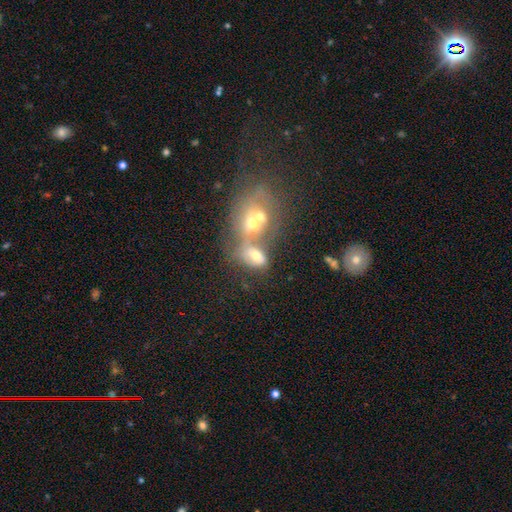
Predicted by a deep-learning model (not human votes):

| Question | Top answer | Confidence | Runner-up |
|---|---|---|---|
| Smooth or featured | smooth | 58% | featured or disk (27%) |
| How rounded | in between | 71% | round (27%) |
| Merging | merger | 60% | none (21%) |